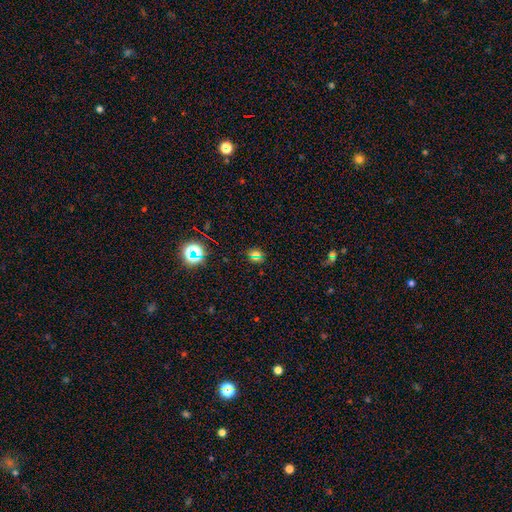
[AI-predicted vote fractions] Overall: smooth (48%; star or artifact 41%). Merging: none (81%).